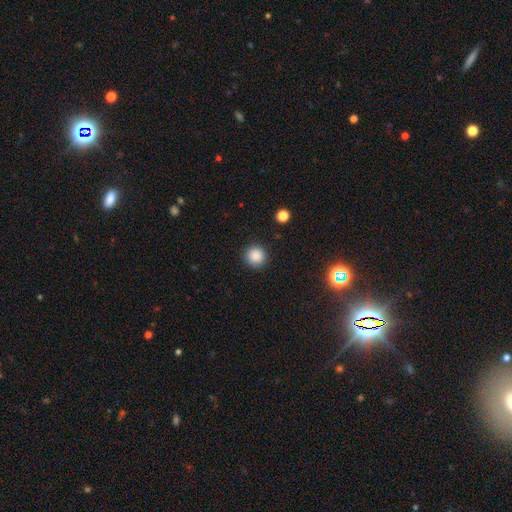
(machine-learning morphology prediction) This appears to be a smooth galaxy with no disk features (86%) that is round (95%). Merging: none (90%).